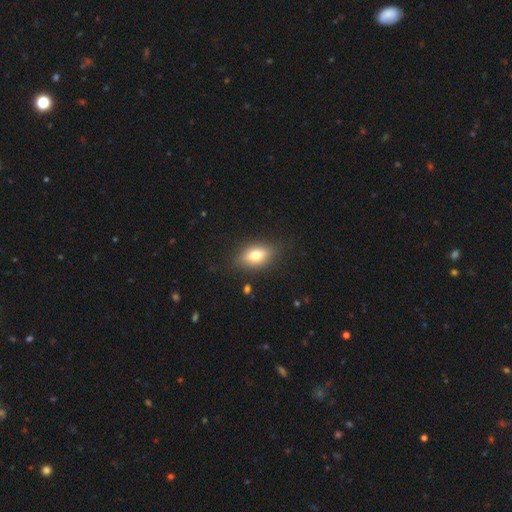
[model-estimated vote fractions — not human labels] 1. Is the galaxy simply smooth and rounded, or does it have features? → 67% smooth, 24% featured or disk, 9% star or artifact.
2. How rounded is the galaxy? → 81% in between, 11% round, 7% cigar-shaped.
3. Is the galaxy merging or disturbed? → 84% none, 11% minor disturbance, 3% major disturbance, 1% merger.